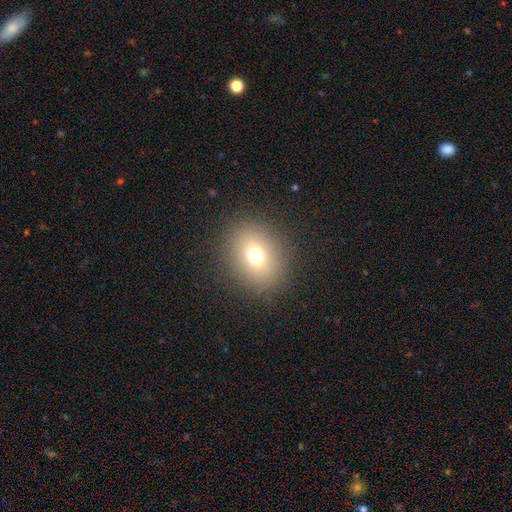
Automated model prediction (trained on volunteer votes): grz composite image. It shows a smooth galaxy with no disk features (71%) that is round (54%). Merging: none (87%).